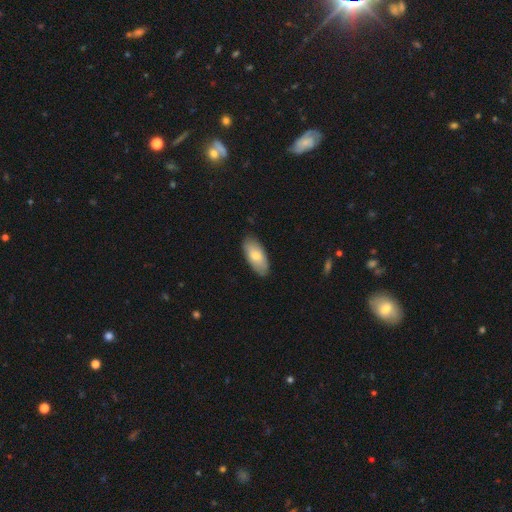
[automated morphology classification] smooth_or_featured: smooth (p=0.72) [alt: featured or disk p=0.22]
how_rounded: in between (p=0.91) [alt: cigar-shaped p=0.07]
merging: none (p=0.85) [alt: minor disturbance p=0.12]